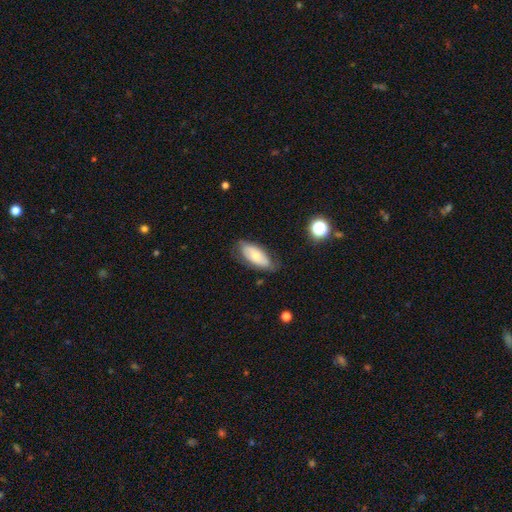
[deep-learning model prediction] This appears to be a smooth galaxy with no disk features (60%) that is in between round and cigar-shaped (88%). Merging: none (69%).